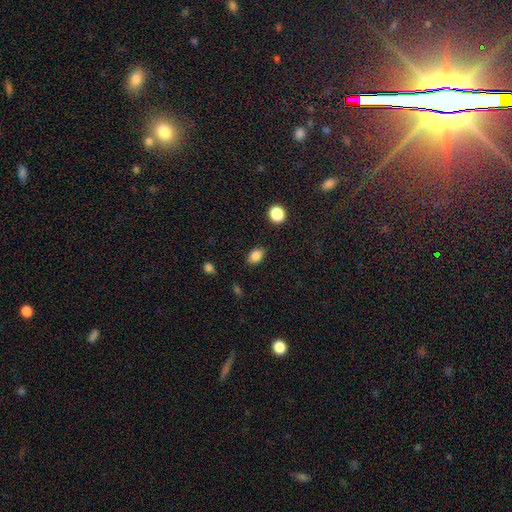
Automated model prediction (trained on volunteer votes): A smooth galaxy with no disk features (85%) that is in between round and cigar-shaped (78%).

Vote fractions:
- Smooth or featured? smooth: 85% / star or artifact: 10% / featured or disk: 5%
- How rounded? in between: 78% / round: 20% / cigar-shaped: 1%
- Merging? none: 85% / minor disturbance: 10% / major disturbance: 3% / merger: 2%